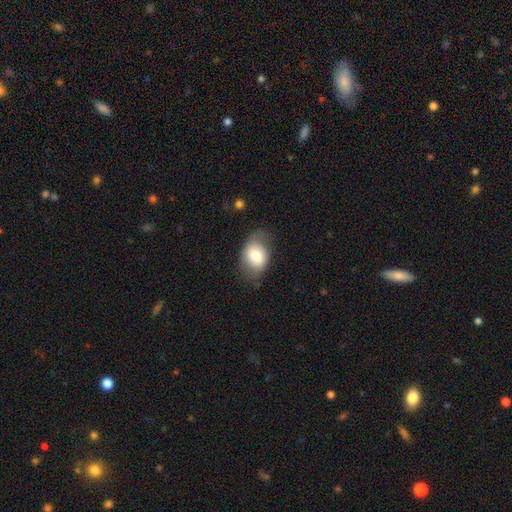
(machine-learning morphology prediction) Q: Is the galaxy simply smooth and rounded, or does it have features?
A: smooth — 72%.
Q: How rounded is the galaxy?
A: in between — 79%.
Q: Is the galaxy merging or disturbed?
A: none — 63%.